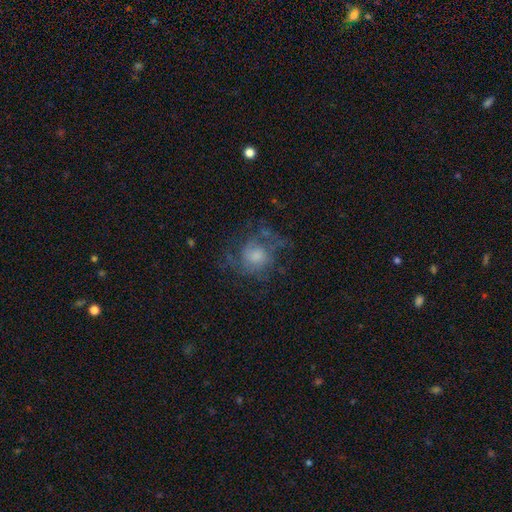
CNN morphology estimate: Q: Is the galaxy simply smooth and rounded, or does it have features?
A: featured or disk — 55%.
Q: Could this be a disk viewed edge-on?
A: no — 97%.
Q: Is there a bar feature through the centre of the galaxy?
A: no — 77%.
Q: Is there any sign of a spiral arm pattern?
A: yes — 76%.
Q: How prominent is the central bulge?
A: moderate — 42%.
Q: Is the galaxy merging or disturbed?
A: none — 59%.